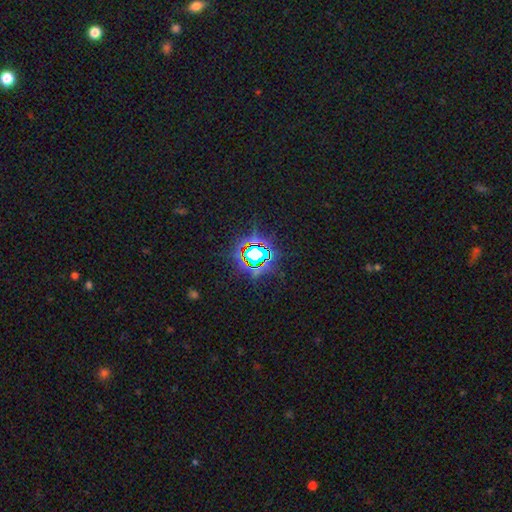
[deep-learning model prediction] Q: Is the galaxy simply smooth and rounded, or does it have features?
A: star or artifact — 78%.